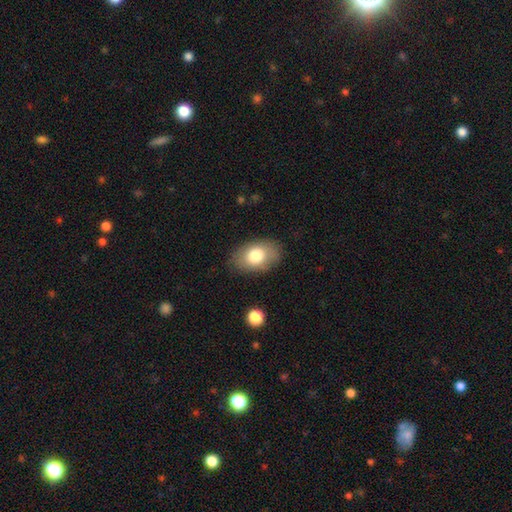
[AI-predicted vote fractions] Smooth or featured: smooth — 77% (featured or disk — 15%)
How rounded: in between — 87% (round — 12%)
Merging: none — 81% (minor disturbance — 14%)